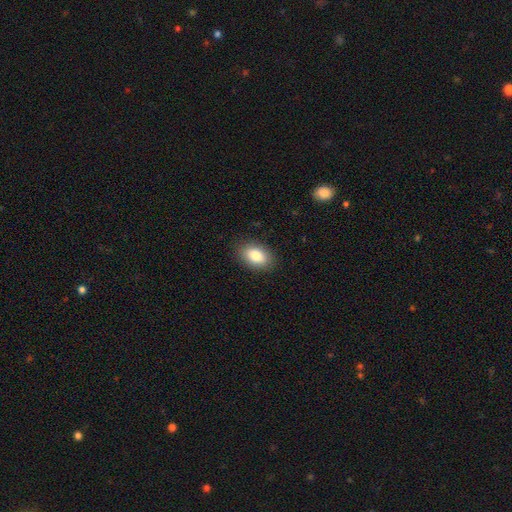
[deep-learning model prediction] Morphology: type=smooth (82%); roundness=in between (85%); merging=none (88%).